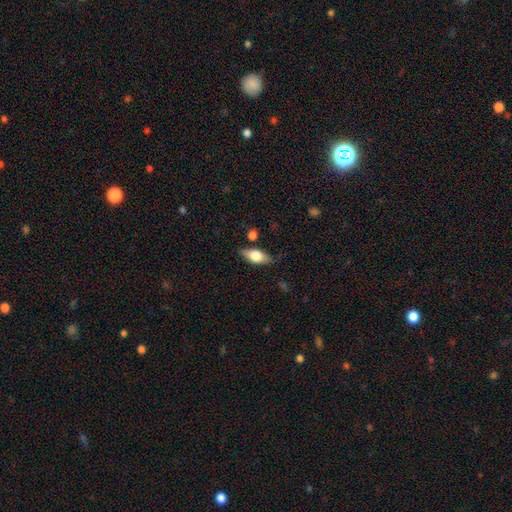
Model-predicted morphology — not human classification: This is likely a smooth galaxy (61%). How rounded: clearly in between (81%). Merging: likely none (76%).